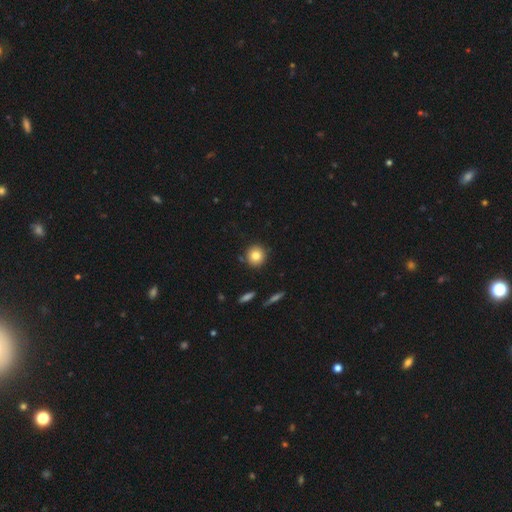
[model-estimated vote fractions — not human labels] A smooth galaxy with no disk features (81%) that is round (92%). Merging: none (88%).